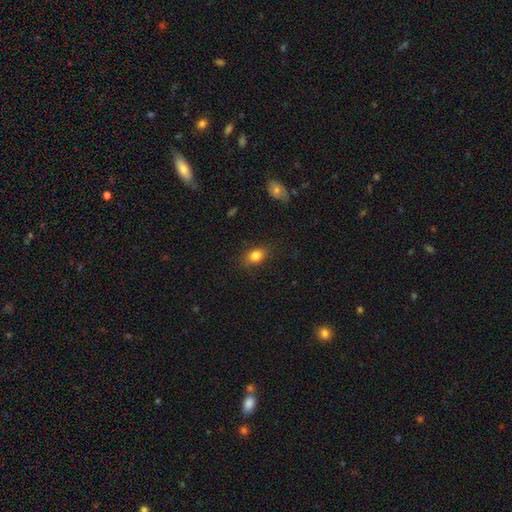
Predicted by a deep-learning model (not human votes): This appears to be a smooth galaxy with no disk features (82%) that is in between round and cigar-shaped (69%). Merging: none (78%).